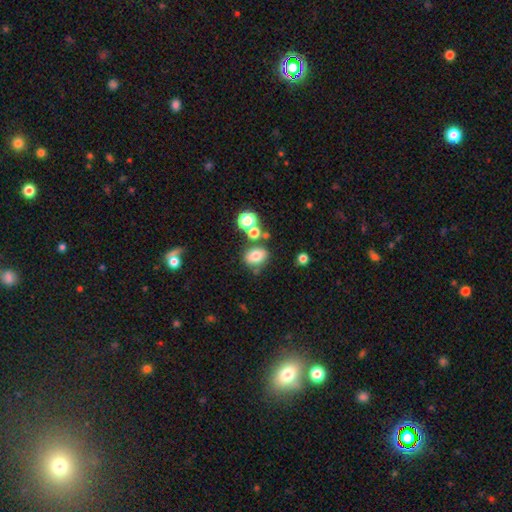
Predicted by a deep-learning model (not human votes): smooth_or_featured: smooth (p=0.73) [alt: star or artifact p=0.15]
how_rounded: in between (p=0.50) [alt: round p=0.49]
merging: none (p=0.62) [alt: merger p=0.18]